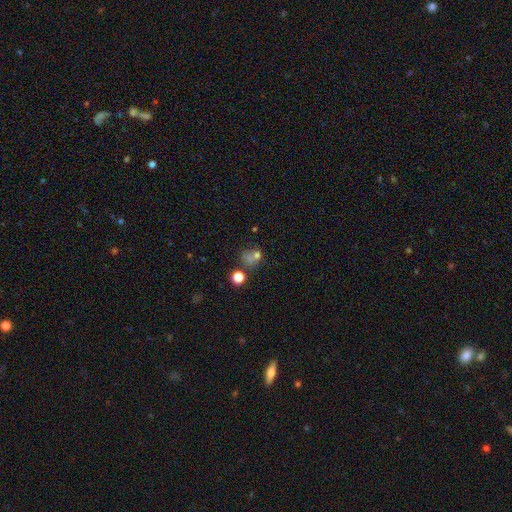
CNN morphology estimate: This appears to be a smooth galaxy with no disk features (56%) that is round (75%). Merging: none (49%).